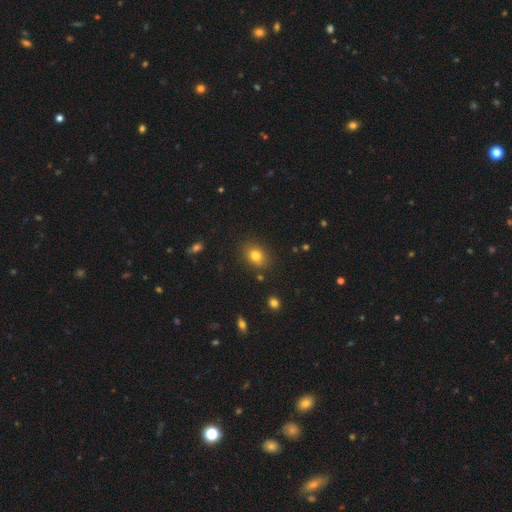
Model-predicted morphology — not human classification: Smooth or featured: smooth — 80% (star or artifact — 12%)
How rounded: in between — 56% (round — 43%)
Merging: none — 84% (minor disturbance — 11%)